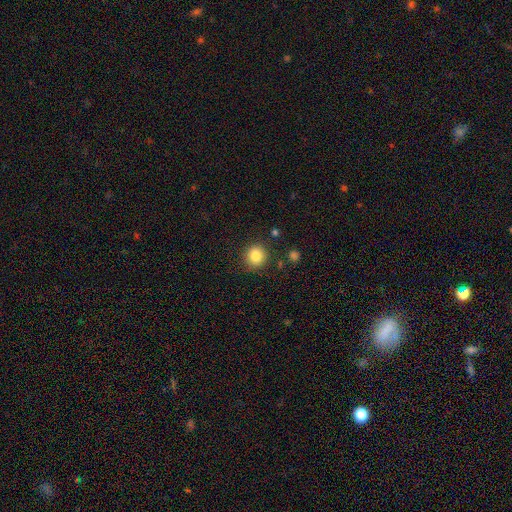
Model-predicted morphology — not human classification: Smooth or featured: smooth — 84% (star or artifact — 10%)
How rounded: round — 89% (in between — 10%)
Merging: none — 87% (minor disturbance — 8%)